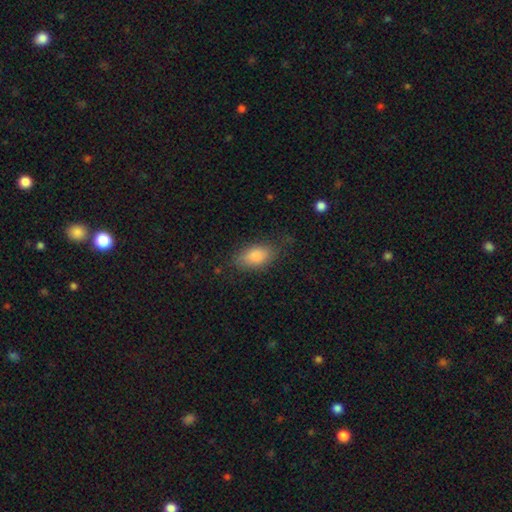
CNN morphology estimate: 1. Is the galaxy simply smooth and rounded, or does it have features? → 84% smooth, 8% featured or disk, 7% star or artifact.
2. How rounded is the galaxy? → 90% in between, 5% cigar-shaped, 5% round.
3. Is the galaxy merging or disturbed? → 75% none, 18% minor disturbance, 5% major disturbance, 1% merger.